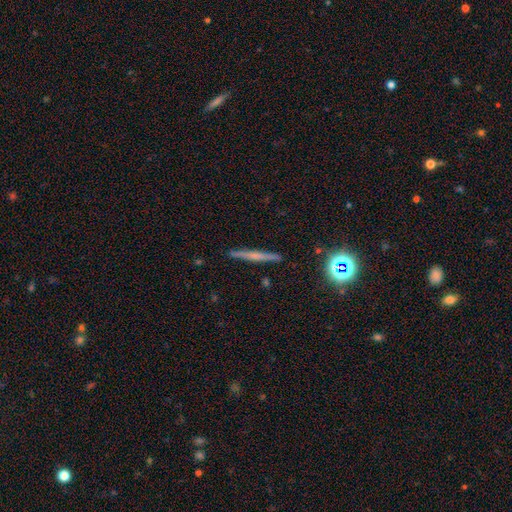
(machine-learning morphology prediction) smooth-or-featured: featured or disk: 53% | smooth: 34% | star or artifact: 13%
  disk-edge-on: yes: 97% | no: 3%
    edge-on-bulge: none: 55% | rounded: 35% | boxy: 10%
  merging: none: 91% | minor disturbance: 6% | major disturbance: 1% | merger: 1%